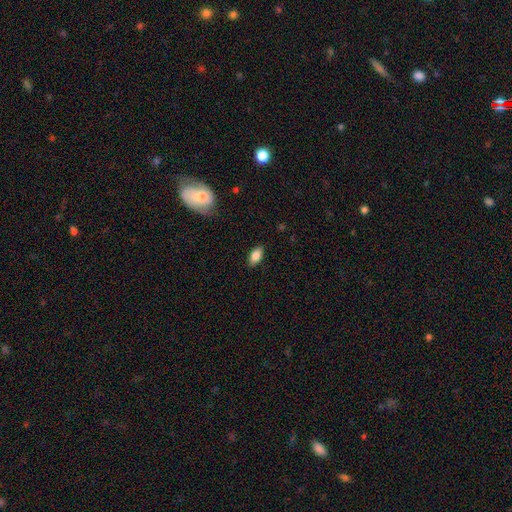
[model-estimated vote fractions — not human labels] Smooth or featured? Predicted: smooth (p=0.82). How rounded? Predicted: in between (p=0.90). Merging? Predicted: none (p=0.87).